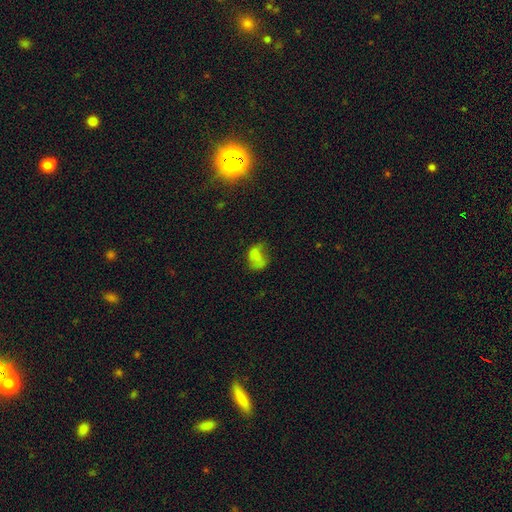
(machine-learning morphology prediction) A smooth galaxy with no disk features (60%) that is in between round and cigar-shaped (76%). Merging: none (33%).